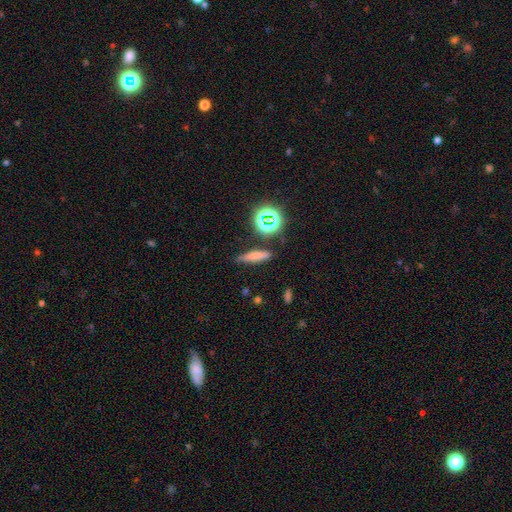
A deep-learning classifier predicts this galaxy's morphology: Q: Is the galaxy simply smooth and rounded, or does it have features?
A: smooth — 65%.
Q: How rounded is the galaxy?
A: cigar-shaped — 76%.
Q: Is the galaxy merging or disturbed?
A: none — 80%.